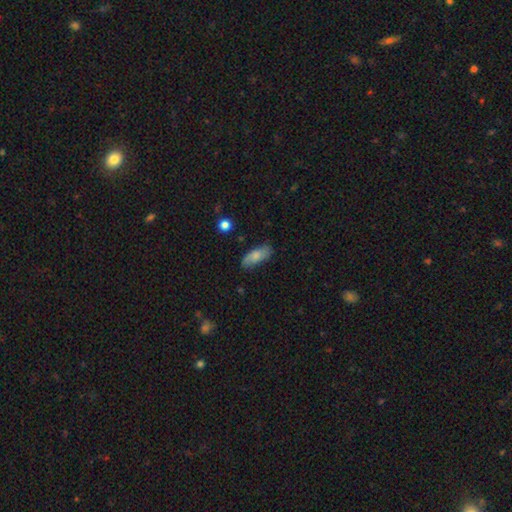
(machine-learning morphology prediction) Smooth or featured? smooth (76%)
How rounded? in between (78%)
Merging? none (76%)